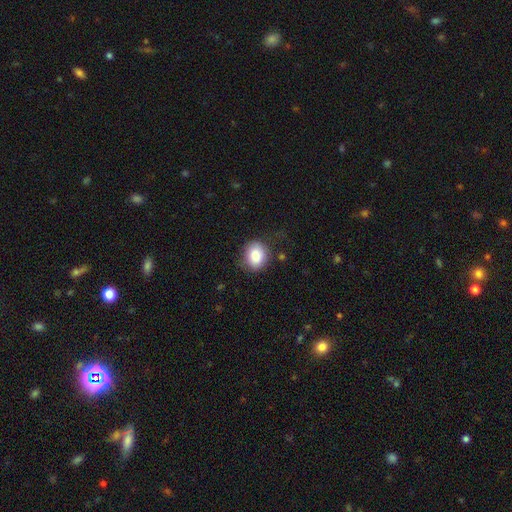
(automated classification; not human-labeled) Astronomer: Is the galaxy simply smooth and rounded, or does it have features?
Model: smooth — 85%.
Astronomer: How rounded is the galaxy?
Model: round — 57% (runner-up: in between, 42%).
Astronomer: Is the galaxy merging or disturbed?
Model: none — 71%.